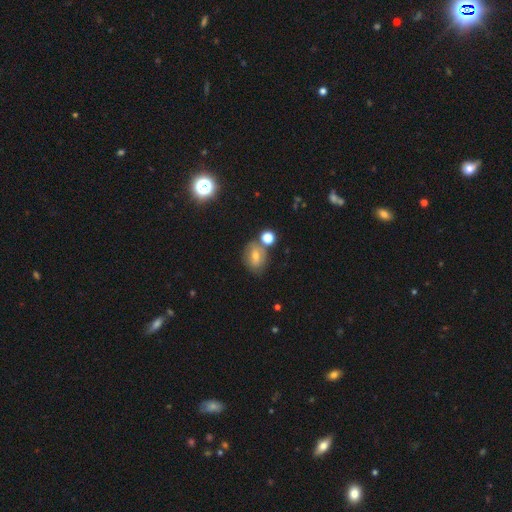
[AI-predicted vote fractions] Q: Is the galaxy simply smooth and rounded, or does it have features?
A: smooth — 53%.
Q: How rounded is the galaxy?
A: in between — 55%.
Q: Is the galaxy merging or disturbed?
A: none — 65%.